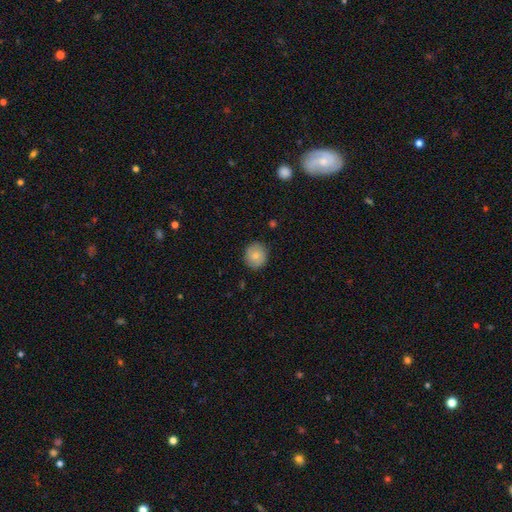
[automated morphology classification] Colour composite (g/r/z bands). It shows a smooth galaxy with no disk features (82%) that is round (89%). Merging: none (88%).